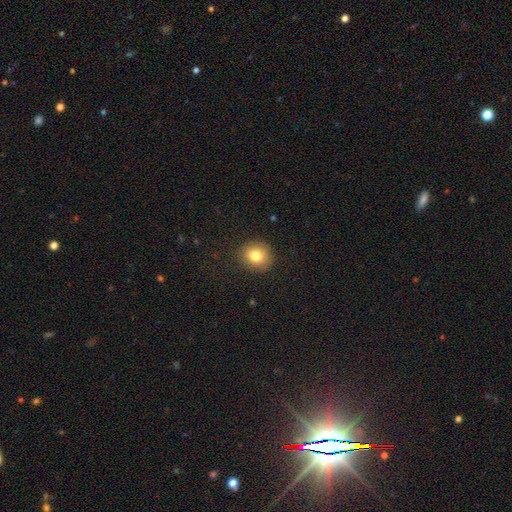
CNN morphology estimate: The model was most divided on "how rounded": round: 81%, in between: 18%, cigar-shaped: 1%. More confident: merging — none (87%); smooth or featured — smooth (80%).